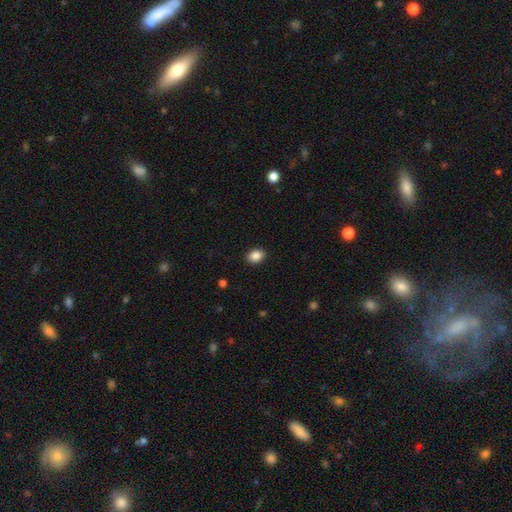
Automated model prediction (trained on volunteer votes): A smooth galaxy with no disk features (87%) that is in between round and cigar-shaped (68%). Merging: none (90%).